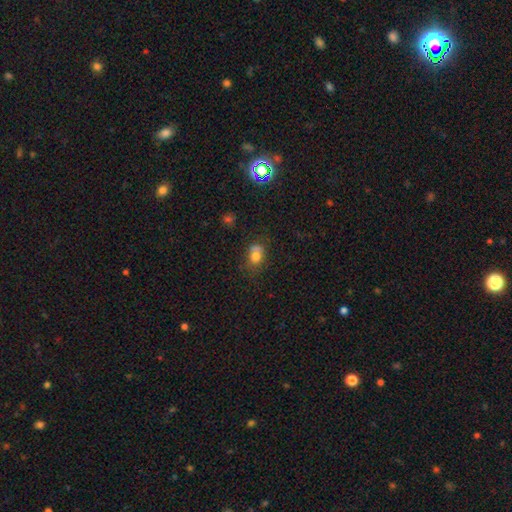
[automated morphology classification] Smooth or featured? smooth (74%)
How rounded? in between (52%)
Merging? none (47%)